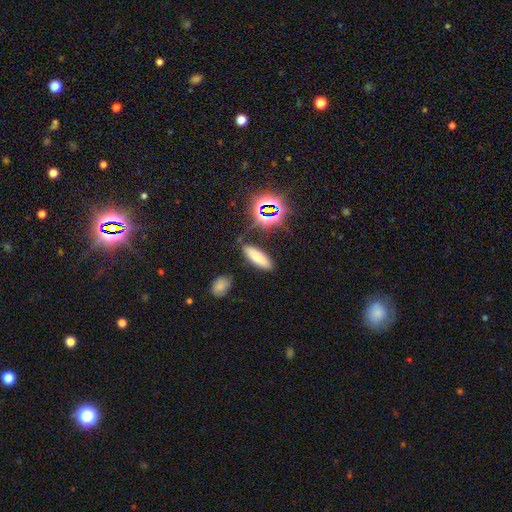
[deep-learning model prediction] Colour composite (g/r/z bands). It shows a smooth galaxy with no disk features (66%) that is cigar-shaped (50%). Merging: none (81%).